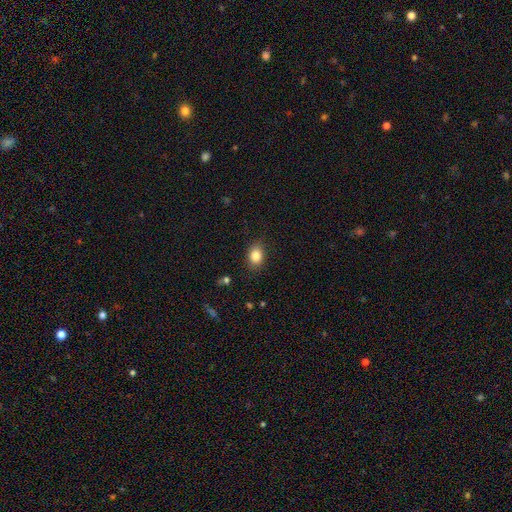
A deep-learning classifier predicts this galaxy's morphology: smooth_or_featured: smooth (p=0.85) [alt: star or artifact p=0.09]
how_rounded: in between (p=0.72) [alt: round p=0.27]
merging: none (p=0.85) [alt: minor disturbance p=0.11]